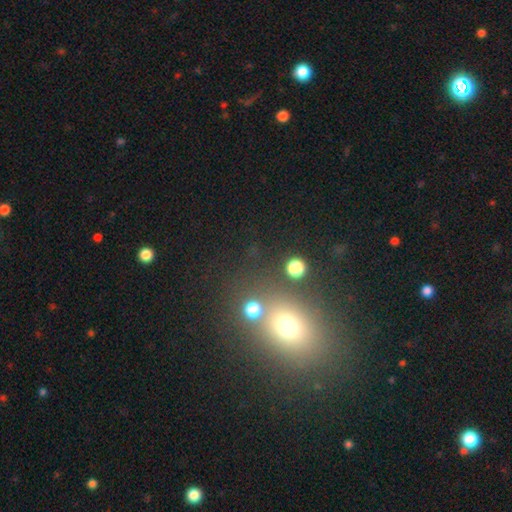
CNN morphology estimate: type=smooth (53%); roundness=round (52%); merging=none (72%).